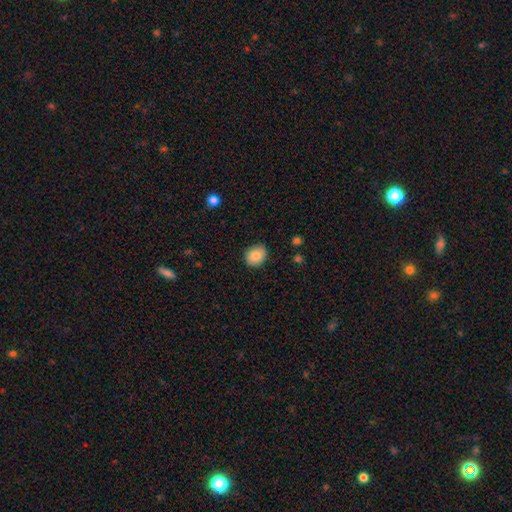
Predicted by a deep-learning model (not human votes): Smooth or featured?
  - smooth: 87% *
  - star or artifact: 8%
  - featured or disk: 5%
How rounded?
  - round: 61% *
  - in between: 38%
  - cigar-shaped: 1%
Merging?
  - none: 85% *
  - minor disturbance: 12%
  - major disturbance: 2%
  - merger: 1%